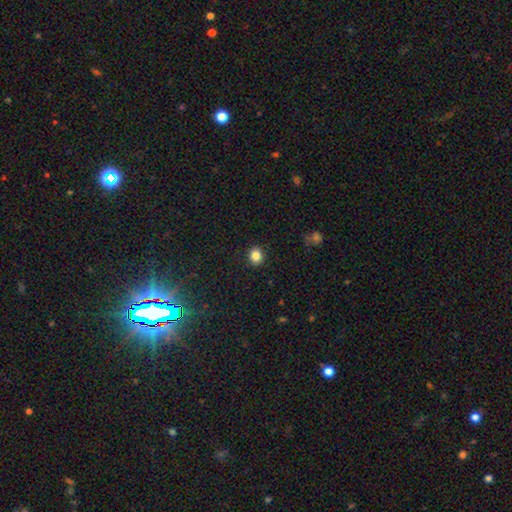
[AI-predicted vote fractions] Overall: smooth (84%). How rounded: round (74%). Merging: none (91%).